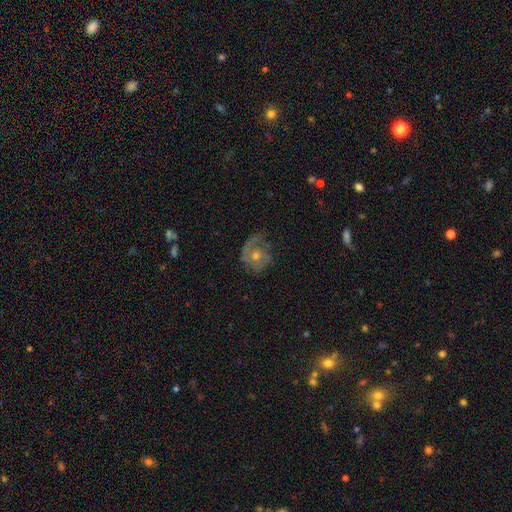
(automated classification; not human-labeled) Smooth or featured?
  - featured or disk: 66% *
  - smooth: 23%
  - star or artifact: 11%
Edge-on disk?
  - no: 97% *
  - yes: 3%
Bar?
  - no: 81% *
  - weak: 16%
  - strong: 3%
Spiral arms?
  - yes: 81% *
  - no: 19%
Spiral winding?
  - tight: 46% *
  - medium: 35%
  - loose: 19%
Spiral arm count?
  - 1: 45% *
  - 2: 25%
  - can't tell: 22%
  - 3: 5%
  - 4: 2%
  - more than 4: 2%
Bulge size?
  - moderate: 61% *
  - small: 33%
  - large: 3%
  - none: 2%
  - dominant: 1%
Merging?
  - none: 60% *
  - minor disturbance: 21%
  - major disturbance: 17%
  - merger: 2%